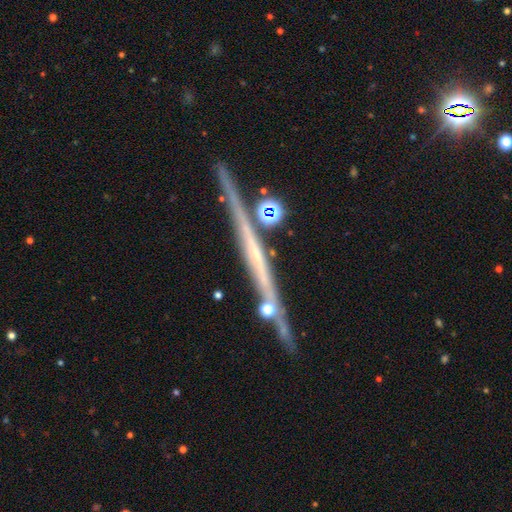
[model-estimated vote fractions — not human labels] Smooth or featured? featured or disk (72%)
Edge-on disk? yes (96%)
Edge-on bulge? none (78%)
Merging? none (80%)